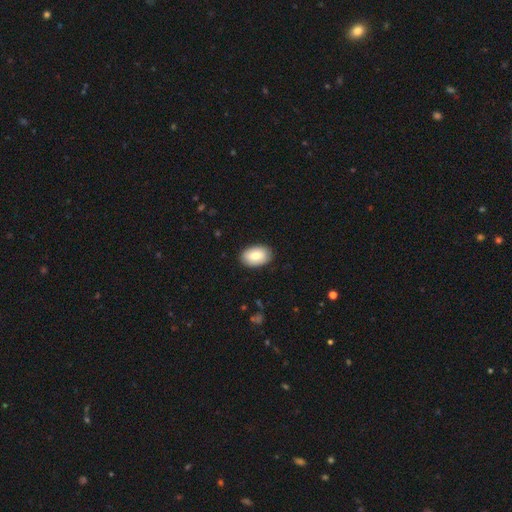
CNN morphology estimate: Overall: smooth (80%). How rounded: in between (90%). Merging: none (87%).